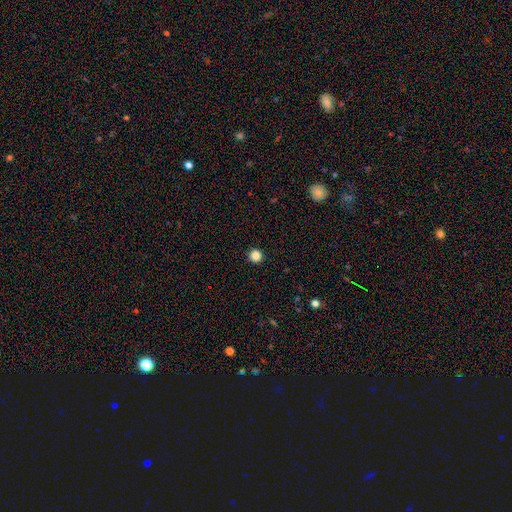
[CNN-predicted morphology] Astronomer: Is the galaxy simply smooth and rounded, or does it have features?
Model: smooth — 85%.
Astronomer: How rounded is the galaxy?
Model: round — 95%.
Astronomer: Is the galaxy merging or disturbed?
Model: none — 94%.